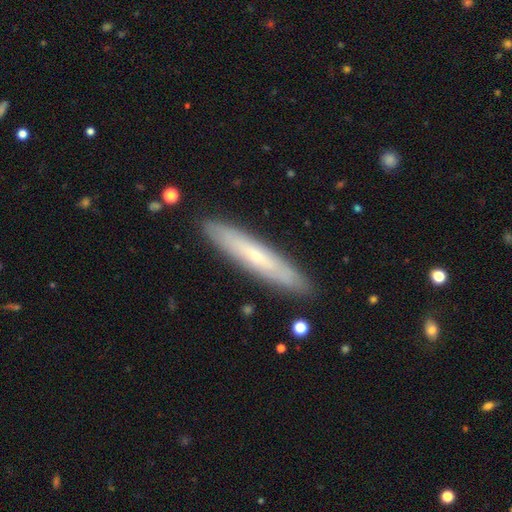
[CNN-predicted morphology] smooth-or-featured: featured or disk: 50% | smooth: 43% | star or artifact: 7%
  disk-edge-on: yes: 75% | no: 25%
  merging: none: 90% | minor disturbance: 8% | major disturbance: 2% | merger: 1%